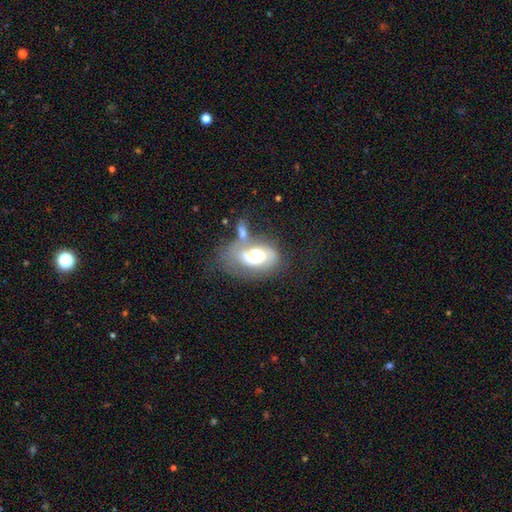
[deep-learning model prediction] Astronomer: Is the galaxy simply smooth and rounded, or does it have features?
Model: featured or disk — 61%.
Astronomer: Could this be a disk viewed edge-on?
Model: no — 96%.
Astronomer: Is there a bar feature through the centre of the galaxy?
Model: no — 66%.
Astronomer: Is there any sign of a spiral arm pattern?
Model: yes — 68%.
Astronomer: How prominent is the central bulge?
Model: moderate — 42% (runner-up: large, 41%).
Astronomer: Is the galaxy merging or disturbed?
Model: merger — 31% (runner-up: major disturbance, 27%).